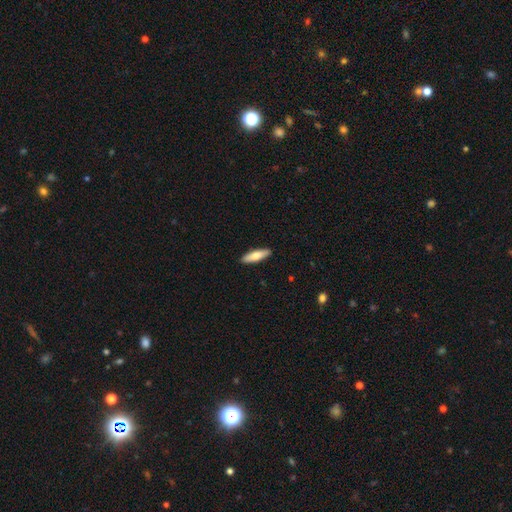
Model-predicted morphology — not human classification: A smooth galaxy with no disk features (70%) that is cigar-shaped (63%). Merging: none (91%).